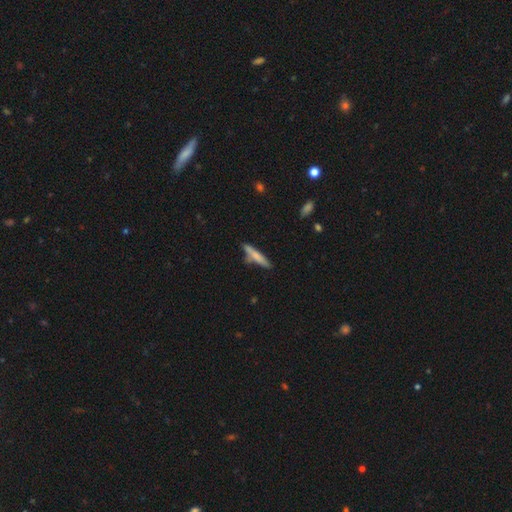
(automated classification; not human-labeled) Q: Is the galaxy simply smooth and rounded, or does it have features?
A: smooth — 70%.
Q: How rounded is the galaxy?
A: cigar-shaped — 89%.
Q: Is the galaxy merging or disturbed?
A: none — 69%.